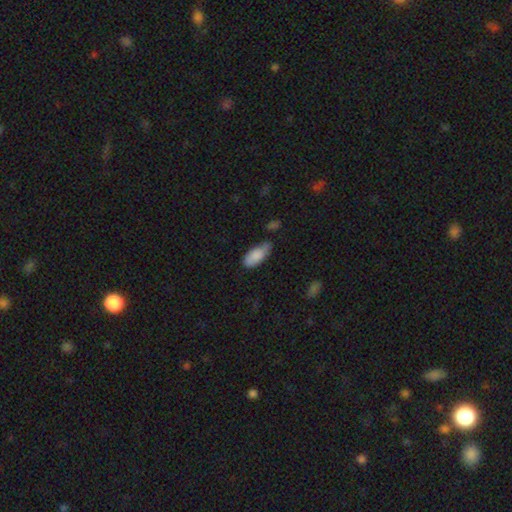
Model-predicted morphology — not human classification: smooth 85%, featured or disk 8%, star or artifact 7%. Down the decision tree: how rounded — in between (88%); merging — none (49%).